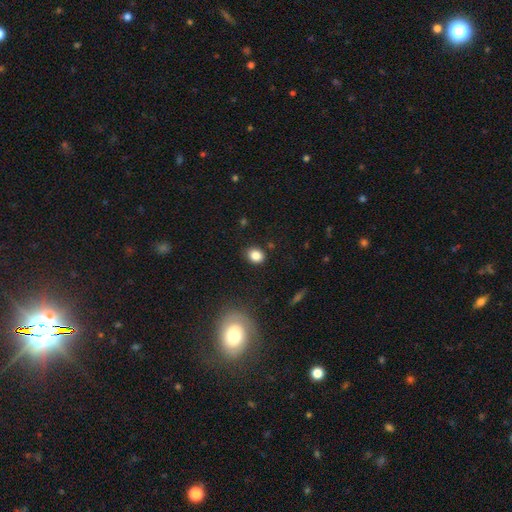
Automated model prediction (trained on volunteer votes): smooth-or-featured: smooth: 84% | star or artifact: 10% | featured or disk: 5%
  how-rounded: round: 55% | in between: 44% | cigar-shaped: 1%
  merging: none: 85% | minor disturbance: 10% | major disturbance: 2% | merger: 2%